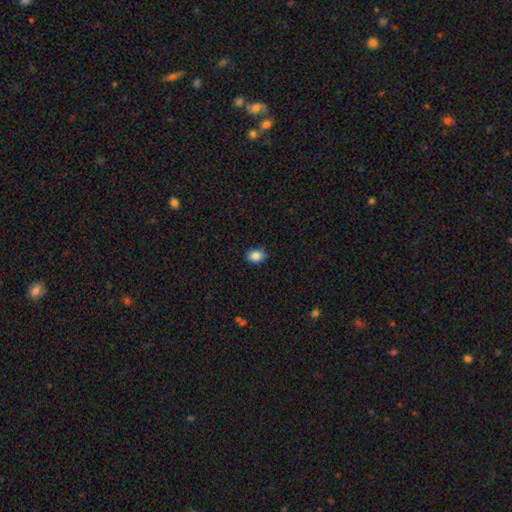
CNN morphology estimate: Q: Smooth or featured?
A: smooth (87%); runner-up: star or artifact (9%)
Q: How rounded?
A: in between (61%); runner-up: round (37%)
Q: Merging?
A: none (85%); runner-up: minor disturbance (12%)